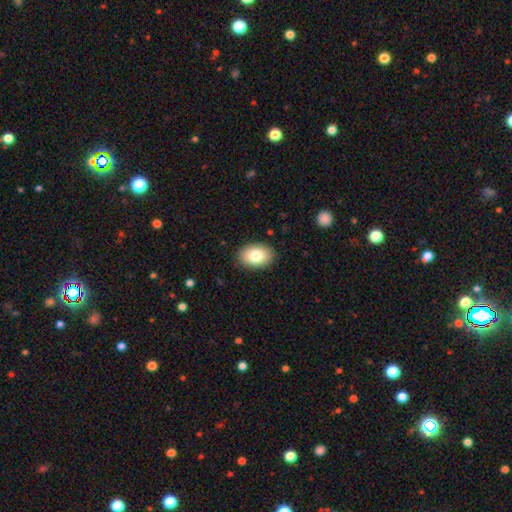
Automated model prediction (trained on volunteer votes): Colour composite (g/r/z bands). It shows a smooth galaxy with no disk features (81%) that is in between round and cigar-shaped (85%). Merging: none (88%).